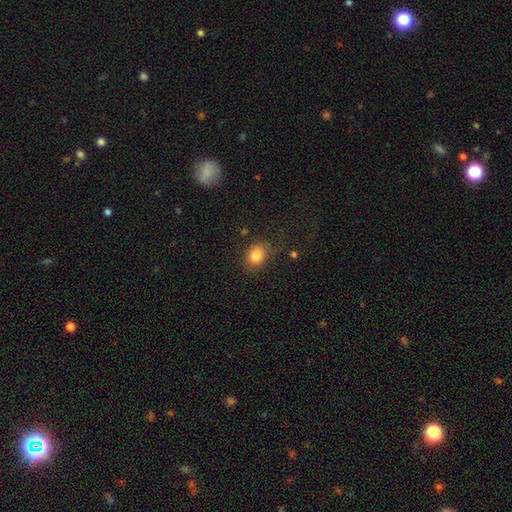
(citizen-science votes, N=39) Morphology: type=smooth (79%); roundness=in between (55%); merging=none (83%).